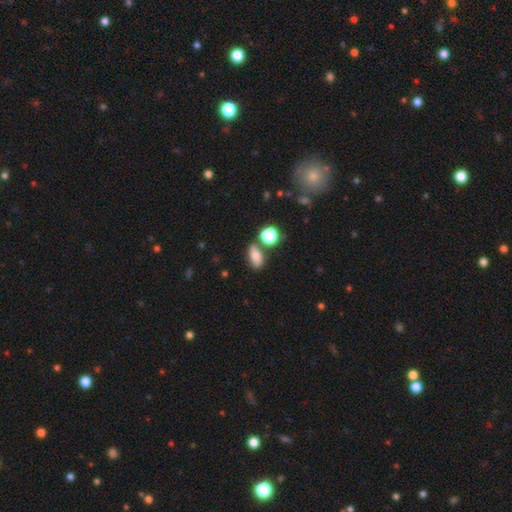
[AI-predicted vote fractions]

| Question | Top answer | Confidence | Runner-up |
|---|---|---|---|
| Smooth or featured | smooth | 73% | featured or disk (14%) |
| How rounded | in between | 77% | round (17%) |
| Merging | none | 69% | minor disturbance (14%) |